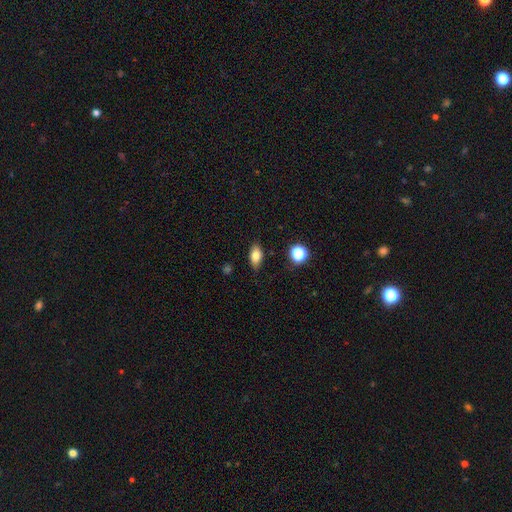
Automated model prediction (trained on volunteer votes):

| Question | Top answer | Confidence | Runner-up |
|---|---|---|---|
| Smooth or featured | smooth | 79% | featured or disk (11%) |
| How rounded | in between | 86% | round (8%) |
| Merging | none | 85% | minor disturbance (11%) |